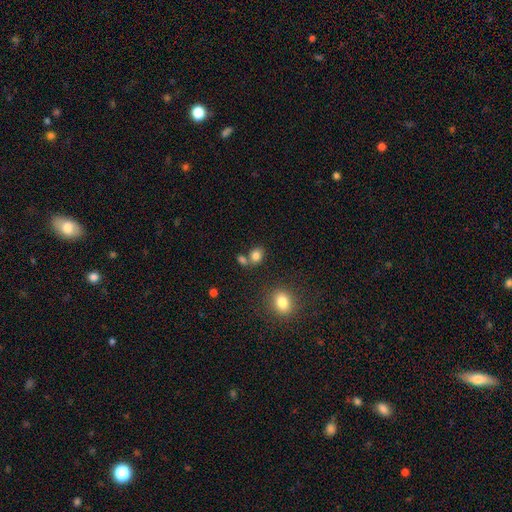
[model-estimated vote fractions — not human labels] smooth_or_featured: smooth (p=0.82) [alt: star or artifact p=0.12]
how_rounded: in between (p=0.51) [alt: round p=0.48]
merging: none (p=0.61) [alt: merger p=0.24]